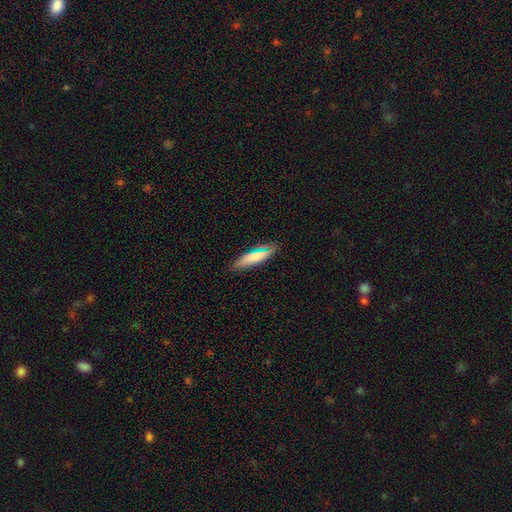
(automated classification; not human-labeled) Overall: smooth (76%). How rounded: cigar-shaped (59%; in between 39%). Merging: none (84%).